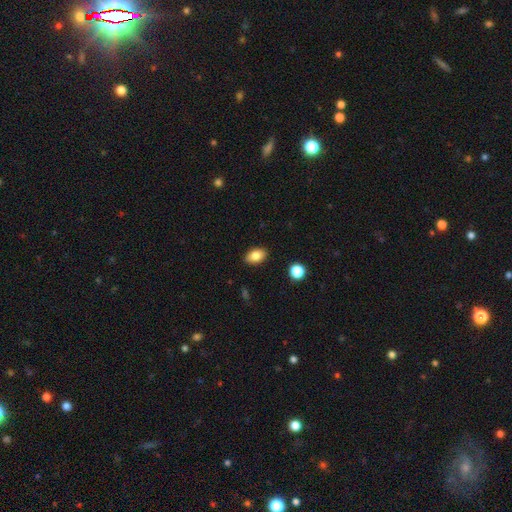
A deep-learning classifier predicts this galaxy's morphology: The model was most divided on "smooth or featured": smooth: 85%, star or artifact: 8%, featured or disk: 6%. More confident: how rounded — in between (89%); merging — none (88%).